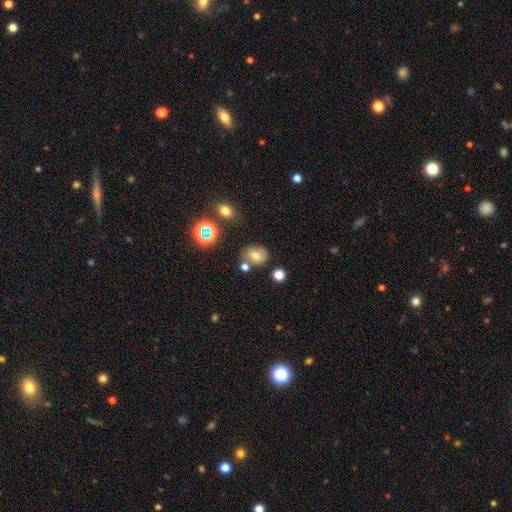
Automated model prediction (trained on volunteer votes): Smooth or featured?
  - smooth: 70% *
  - star or artifact: 16%
  - featured or disk: 14%
How rounded?
  - round: 52% *
  - in between: 47%
  - cigar-shaped: 1%
Merging?
  - none: 66% *
  - minor disturbance: 16%
  - merger: 13%
  - major disturbance: 5%